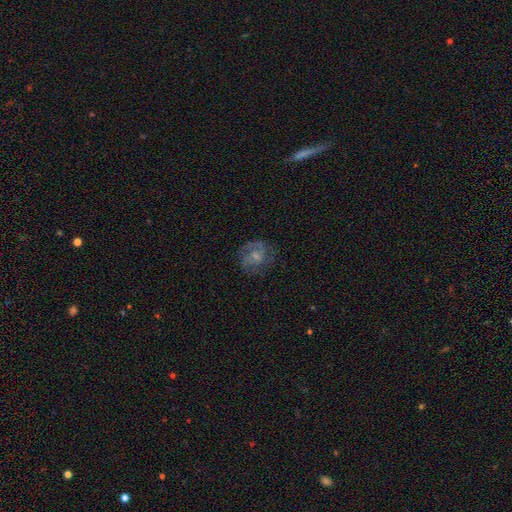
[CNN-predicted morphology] Smooth or featured? featured or disk (63%)
Edge-on disk? no (98%)
Bar? no (60%)
Spiral arms? yes (86%)
Spiral winding? medium (47%)
Spiral arm count? 2 (45%)
Bulge size? small (53%)
Merging? none (68%)